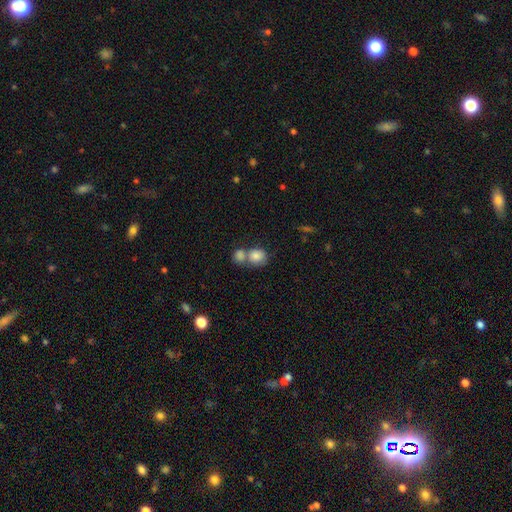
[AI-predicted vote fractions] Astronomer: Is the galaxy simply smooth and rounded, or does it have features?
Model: smooth — 82%.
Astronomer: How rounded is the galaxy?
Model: round — 73%.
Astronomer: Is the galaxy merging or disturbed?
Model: merger — 54% (runner-up: none, 34%).